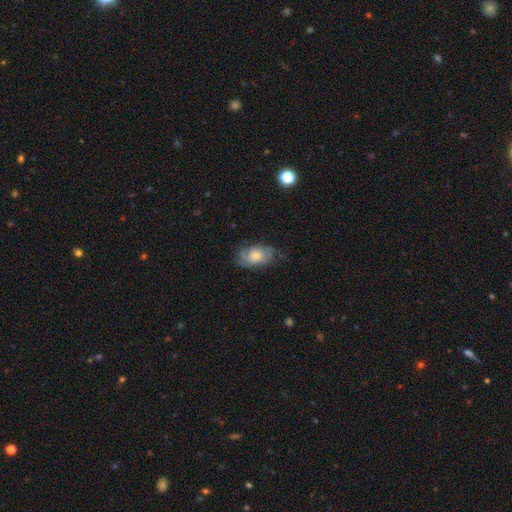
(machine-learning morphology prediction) This appears to be a featured or disk galaxy (48%). Merging: none (60%).